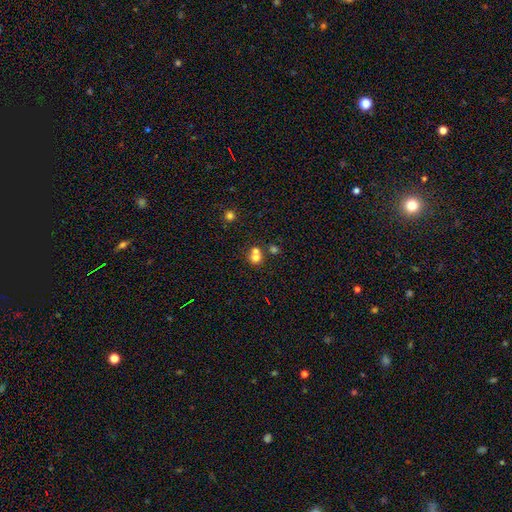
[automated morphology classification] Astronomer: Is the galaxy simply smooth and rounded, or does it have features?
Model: smooth — 69%.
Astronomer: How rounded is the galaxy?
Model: round — 80%.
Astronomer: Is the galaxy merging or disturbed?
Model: merger — 55% (runner-up: none, 36%).